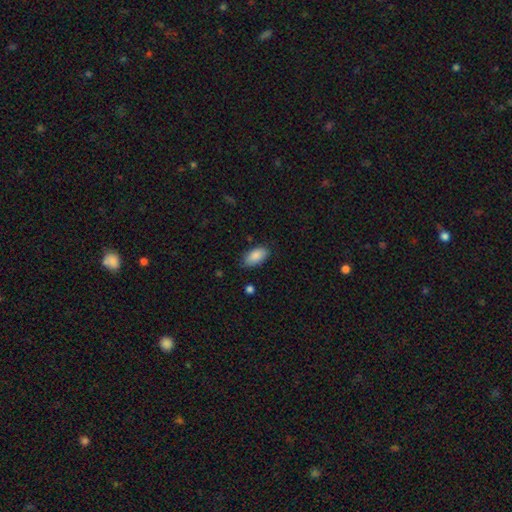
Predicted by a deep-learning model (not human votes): Smooth or featured? smooth (88%)
How rounded? in between (93%)
Merging? none (80%)